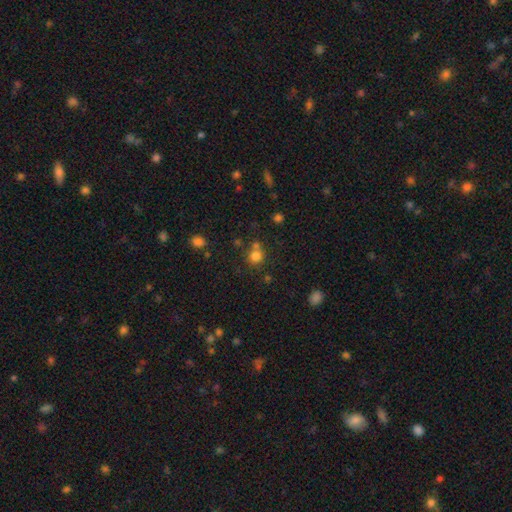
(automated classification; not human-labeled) This is likely a smooth galaxy (77%). How rounded: clearly round (88%). Merging: possibly none (60%).